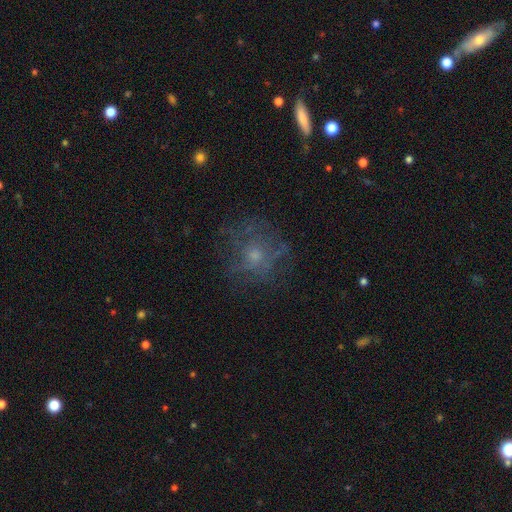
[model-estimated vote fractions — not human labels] Overall: featured or disk (41%, tied with smooth). Merging: none (65%).